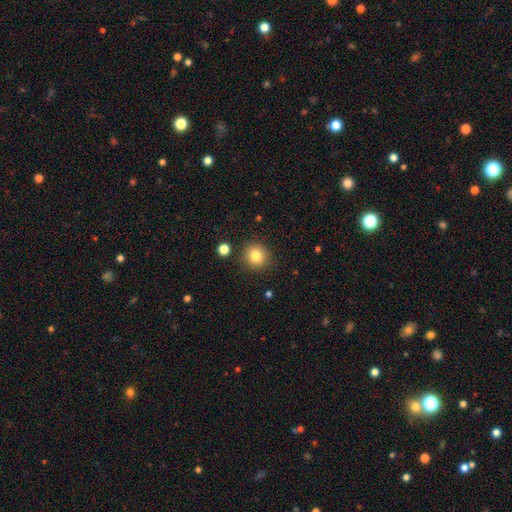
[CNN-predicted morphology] Smooth or featured? Predicted: smooth (p=0.82). How rounded? Predicted: round (p=0.91). Merging? Predicted: none (p=0.88).